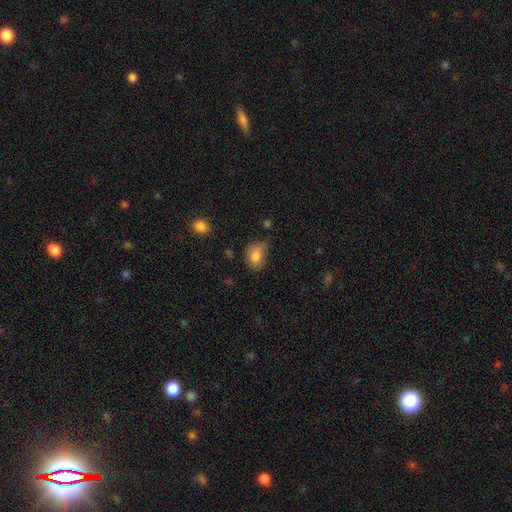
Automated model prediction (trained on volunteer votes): The model was most divided on "merging": none: 51%, minor disturbance: 36%, major disturbance: 11%, merger: 3%. More confident: smooth or featured — smooth (82%); how rounded — in between (76%).